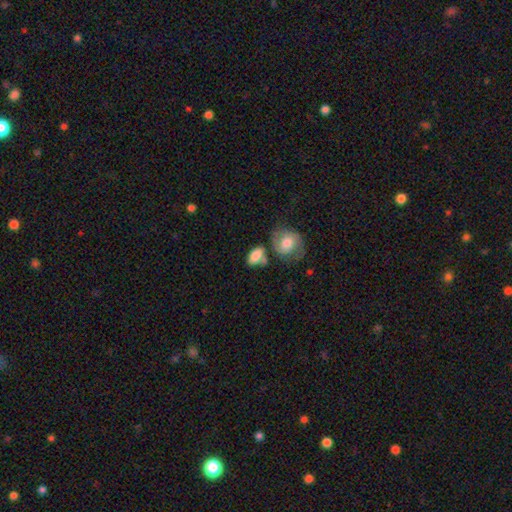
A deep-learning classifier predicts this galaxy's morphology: smooth_or_featured: smooth (p=0.79) [alt: featured or disk p=0.14]
how_rounded: in between (p=0.85) [alt: round p=0.12]
merging: none (p=0.46) [alt: merger p=0.24]